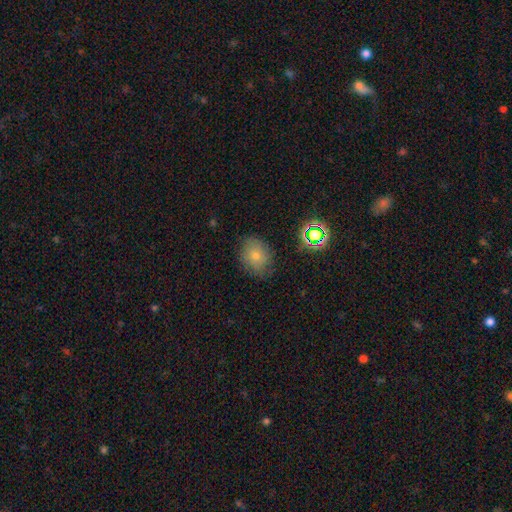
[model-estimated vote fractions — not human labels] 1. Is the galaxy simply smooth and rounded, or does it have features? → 75% smooth, 13% star or artifact, 12% featured or disk.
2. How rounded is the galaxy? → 51% in between, 48% round, 1% cigar-shaped.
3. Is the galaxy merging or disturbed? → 76% none, 18% minor disturbance, 5% major disturbance, 2% merger.